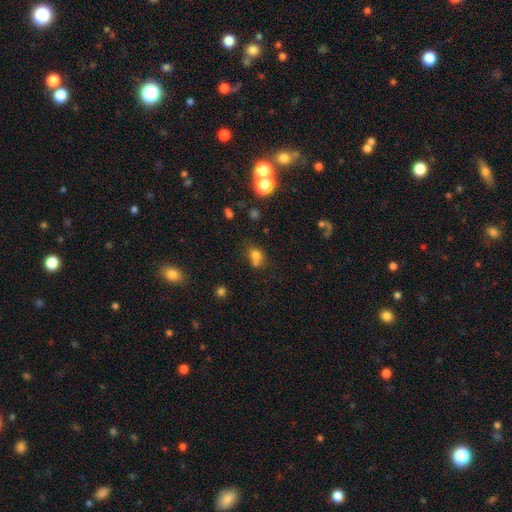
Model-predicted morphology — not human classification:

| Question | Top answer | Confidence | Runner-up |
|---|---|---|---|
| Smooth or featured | smooth | 72% | star or artifact (17%) |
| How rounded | round | 64% | in between (35%) |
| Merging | merger | 42% | none (41%) |